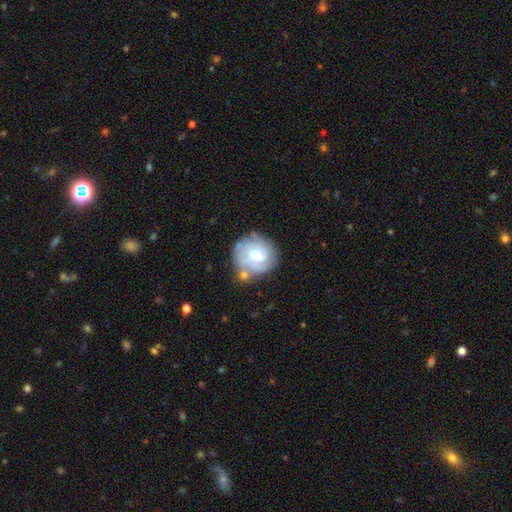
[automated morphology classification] Q: Smooth or featured?
A: featured or disk (53%); runner-up: smooth (40%)
Q: Edge-on disk?
A: no (97%); runner-up: yes (3%)
Q: Bar?
A: no (50%); runner-up: weak (43%)
Q: Spiral arms?
A: yes (69%); runner-up: no (31%)
Q: Bulge size?
A: moderate (58%); runner-up: small (29%)
Q: Merging?
A: none (60%); runner-up: minor disturbance (21%)